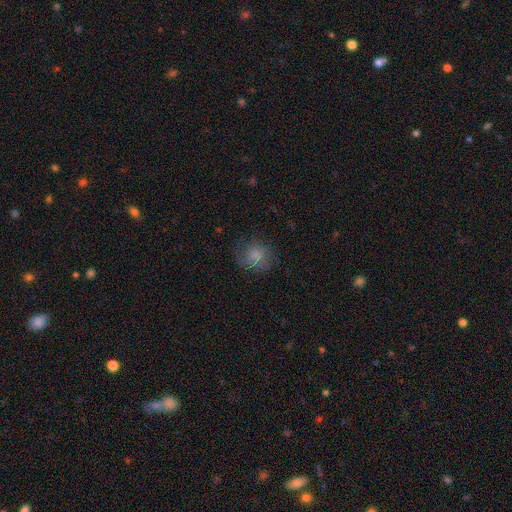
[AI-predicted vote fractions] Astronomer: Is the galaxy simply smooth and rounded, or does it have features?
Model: smooth — 73%.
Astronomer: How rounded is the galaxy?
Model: round — 82%.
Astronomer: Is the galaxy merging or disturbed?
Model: none — 66%.